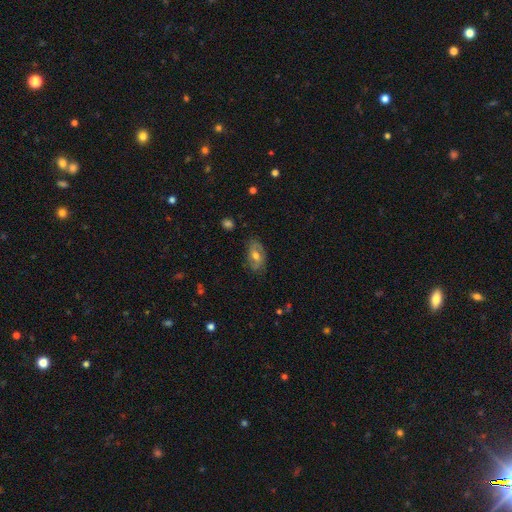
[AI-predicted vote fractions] The model was most divided on "smooth or featured": featured or disk: 52%, smooth: 40%, star or artifact: 8%. More confident: edge-on disk — no (91%); merging — none (72%).